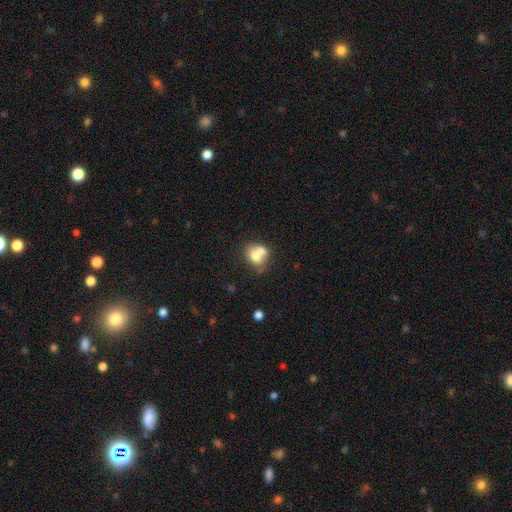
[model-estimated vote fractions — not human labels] Smooth or featured? Predicted: smooth (p=0.70). How rounded? Predicted: in between (p=0.56). Merging? Predicted: merger (p=0.59).